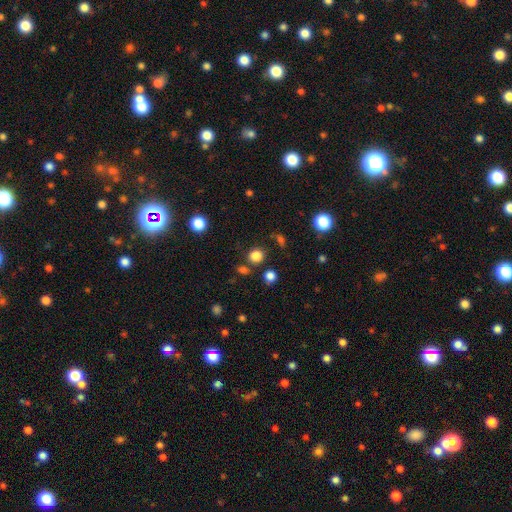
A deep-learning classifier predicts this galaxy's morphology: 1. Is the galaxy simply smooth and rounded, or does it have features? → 81% smooth, 15% star or artifact, 4% featured or disk.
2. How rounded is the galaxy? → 86% round, 13% in between, 1% cigar-shaped.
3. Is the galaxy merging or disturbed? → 81% none, 9% minor disturbance, 7% merger, 4% major disturbance.